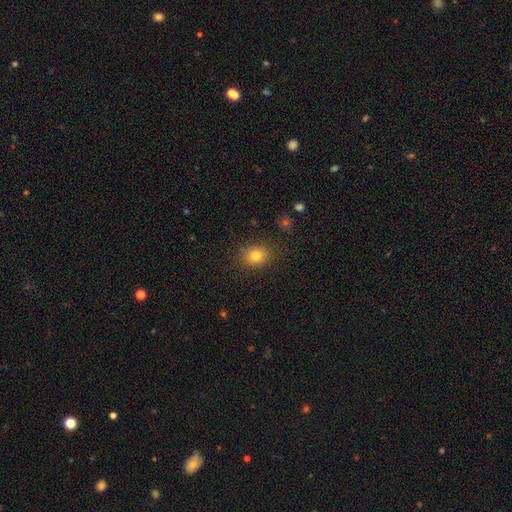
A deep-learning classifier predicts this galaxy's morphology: A smooth galaxy with no disk features (80%) that is round (52%). Merging: none (85%).